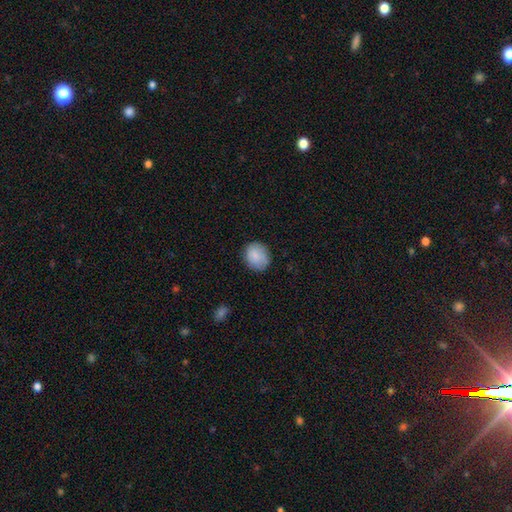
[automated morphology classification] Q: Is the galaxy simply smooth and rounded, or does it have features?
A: smooth — 84%.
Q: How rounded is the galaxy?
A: round — 71%.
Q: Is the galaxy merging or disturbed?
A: none — 82%.